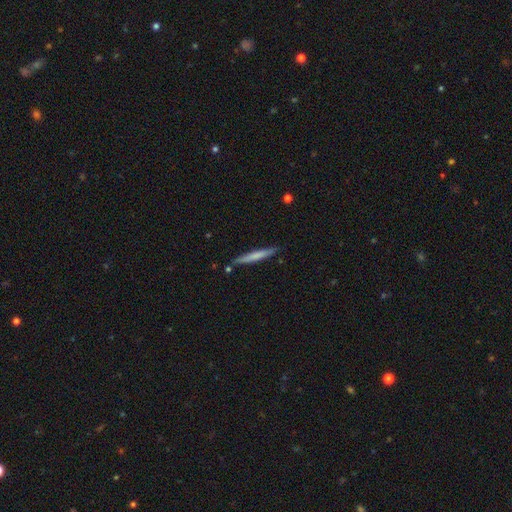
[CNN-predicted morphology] Smooth or featured: smooth — 66% (featured or disk — 29%)
How rounded: cigar-shaped — 96% (in between — 3%)
Merging: none — 86% (minor disturbance — 10%)